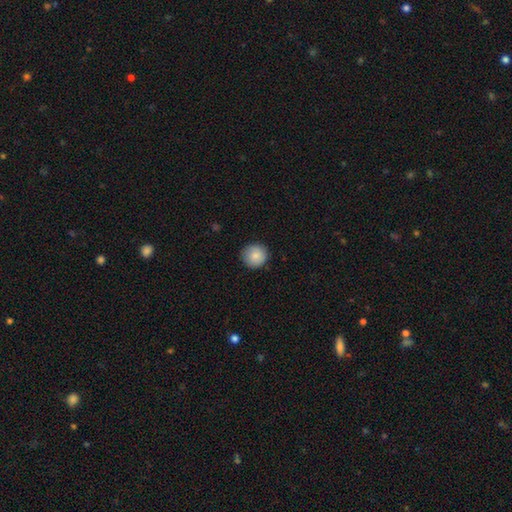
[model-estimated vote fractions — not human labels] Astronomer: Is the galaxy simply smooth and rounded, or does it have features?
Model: smooth — 85%.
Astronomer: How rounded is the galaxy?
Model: round — 94%.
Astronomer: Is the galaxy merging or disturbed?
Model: none — 87%.